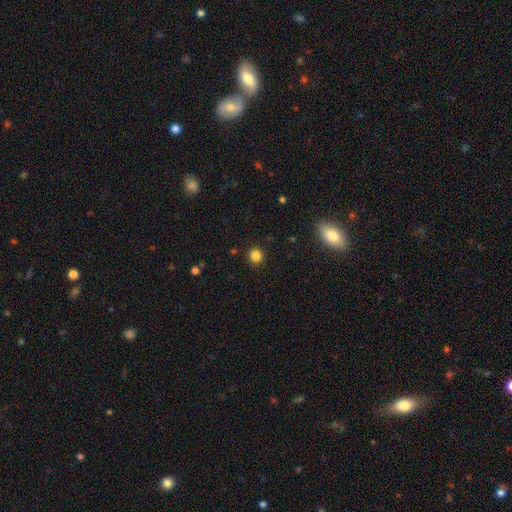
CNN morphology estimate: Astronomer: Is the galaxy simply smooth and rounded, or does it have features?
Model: smooth — 84%.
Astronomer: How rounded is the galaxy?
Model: round — 91%.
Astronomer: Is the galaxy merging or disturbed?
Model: none — 91%.